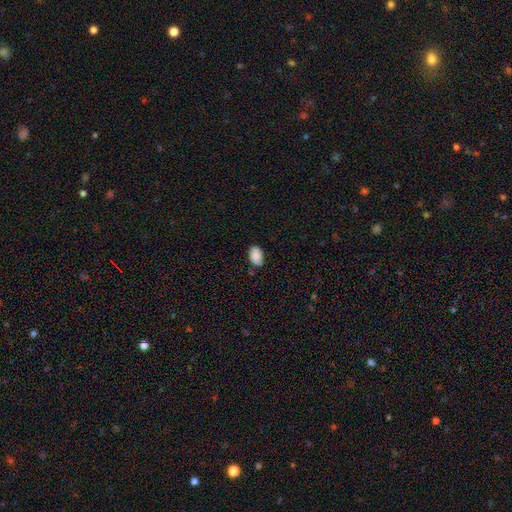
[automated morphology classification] smooth 88%, star or artifact 7%, featured or disk 5%. Down the decision tree: how rounded — in between (90%); merging — none (75%).